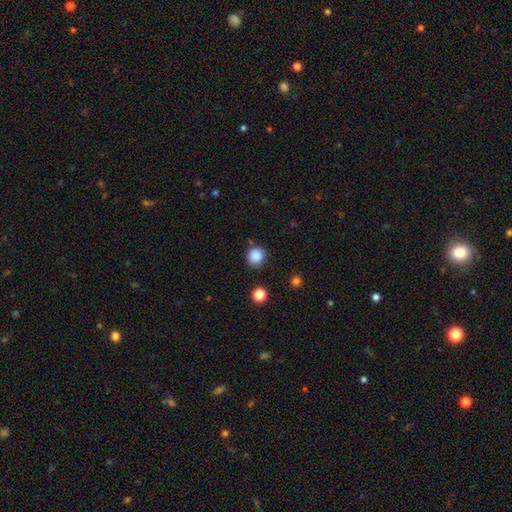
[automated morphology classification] This is clearly a smooth galaxy (86%). How rounded: clearly round (89%). Merging: clearly none (84%).